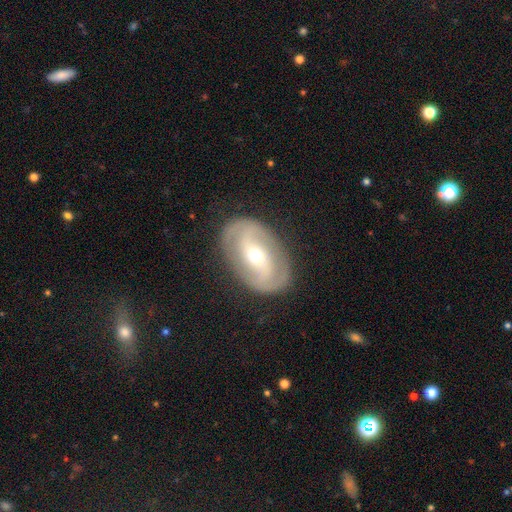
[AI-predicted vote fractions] Smooth or featured: featured or disk — 77% (smooth — 17%)
Edge-on disk: no — 95% (yes — 5%)
Bar: weak — 34% (tied with no — 34%)
Spiral arms: yes — 79% (no — 21%)
Spiral winding: tight — 46% (medium — 38%)
Spiral arm count: 2 — 79% (can't tell — 13%)
Bulge size: small — 50% (moderate — 46%)
Merging: none — 82% (minor disturbance — 12%)